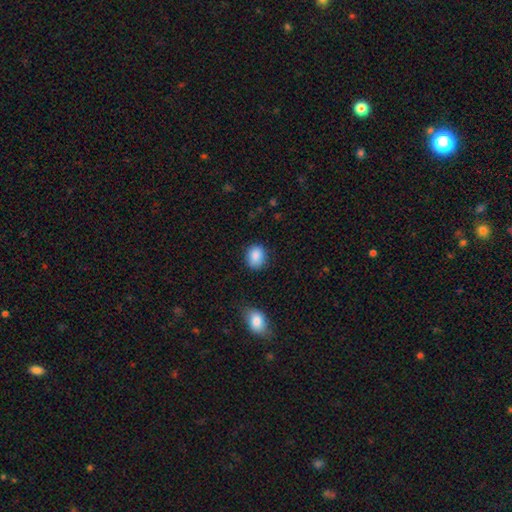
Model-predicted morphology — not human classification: Overall: smooth (87%). How rounded: round (58%; in between 41%). Merging: none (79%).